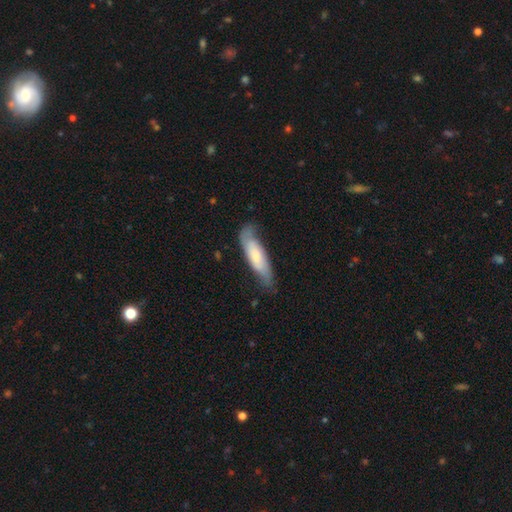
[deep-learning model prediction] Morphology: type=smooth (53%); roundness=cigar-shaped (59%); merging=none (64%).